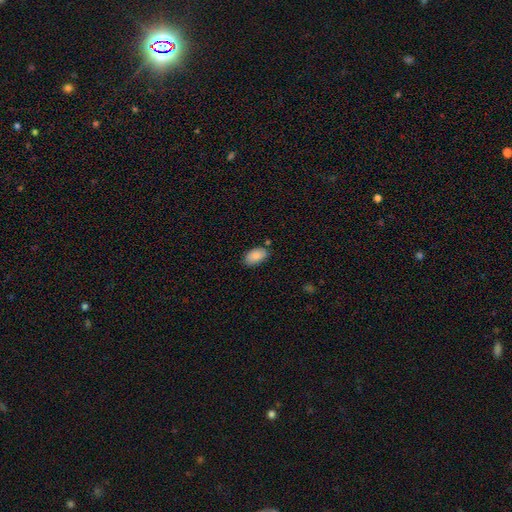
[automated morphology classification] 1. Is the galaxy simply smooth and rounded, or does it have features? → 86% smooth, 7% featured or disk, 7% star or artifact.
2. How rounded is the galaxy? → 94% in between, 4% round, 2% cigar-shaped.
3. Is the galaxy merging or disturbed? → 78% none, 15% minor disturbance, 4% merger, 3% major disturbance.